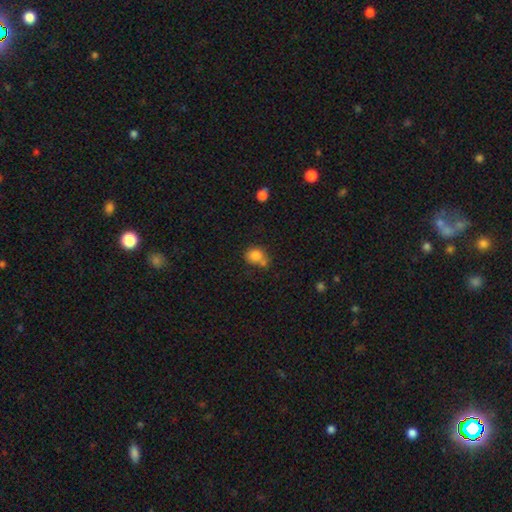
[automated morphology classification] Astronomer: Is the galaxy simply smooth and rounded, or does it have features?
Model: smooth — 81%.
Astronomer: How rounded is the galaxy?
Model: round — 67%.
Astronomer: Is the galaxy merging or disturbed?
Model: none — 48% (runner-up: merger, 27%).